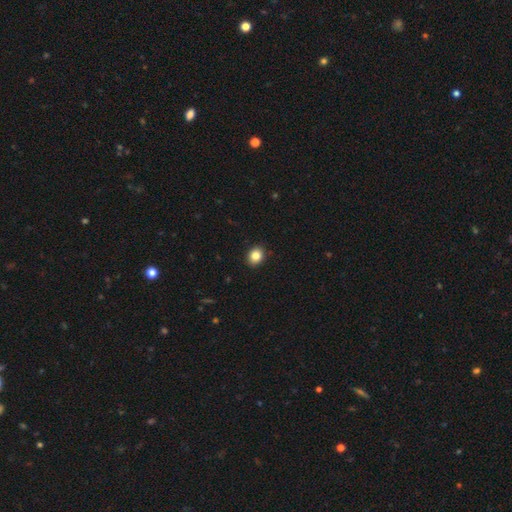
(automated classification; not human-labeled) The model was most divided on "how rounded": round: 54%, in between: 45%, cigar-shaped: 1%. More confident: merging — none (91%); smooth or featured — smooth (84%).